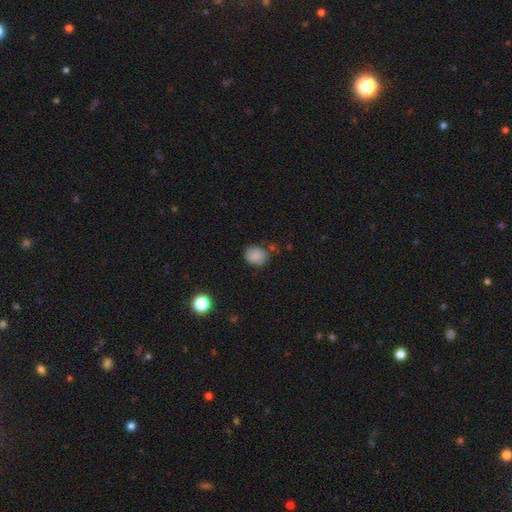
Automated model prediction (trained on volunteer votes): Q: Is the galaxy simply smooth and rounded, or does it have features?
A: smooth — 81%.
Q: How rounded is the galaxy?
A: round — 61%.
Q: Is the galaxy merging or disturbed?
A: none — 59%.